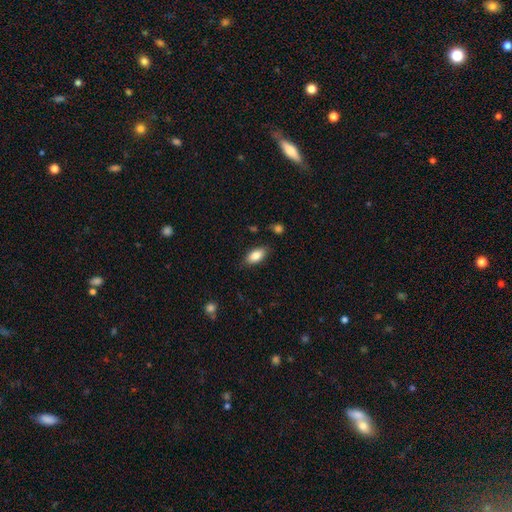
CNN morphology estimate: smooth-or-featured: smooth: 83% | featured or disk: 10% | star or artifact: 7%
  how-rounded: in between: 90% | cigar-shaped: 6% | round: 4%
  merging: none: 82% | minor disturbance: 13% | major disturbance: 3% | merger: 2%